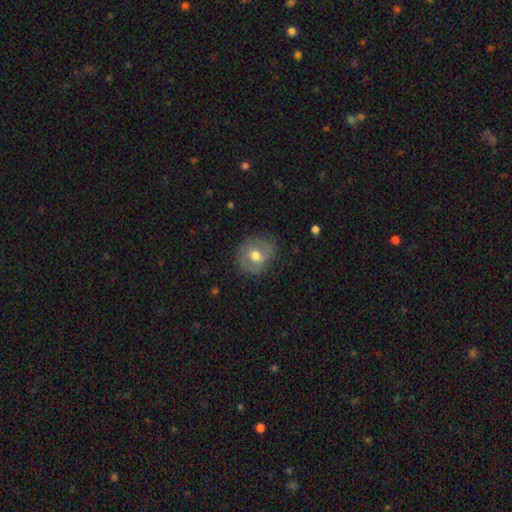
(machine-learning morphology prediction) This appears to be a smooth galaxy with no disk features (56%) that is round (80%). Merging: none (77%).